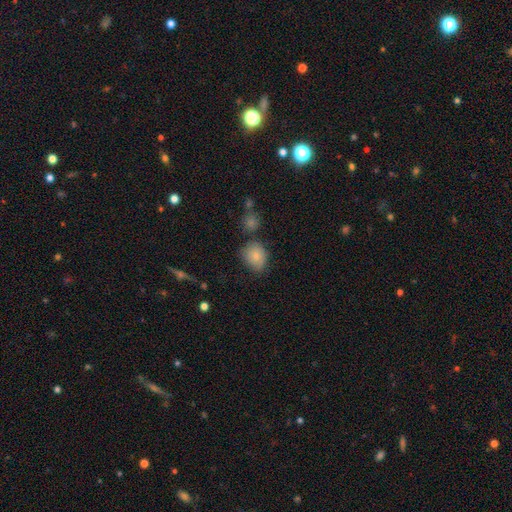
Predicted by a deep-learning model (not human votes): This appears to be a smooth galaxy with no disk features (80%) that is round (64%). Merging: none (60%).